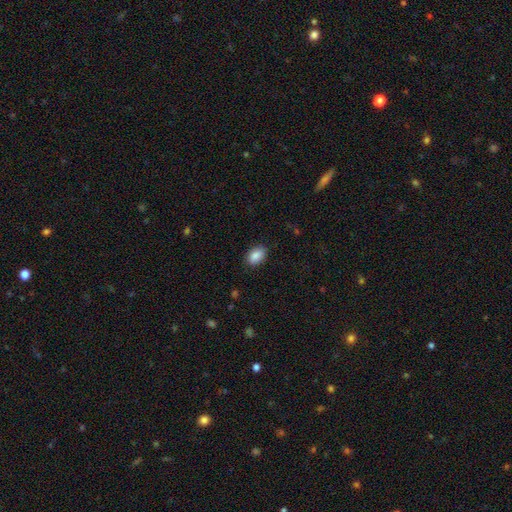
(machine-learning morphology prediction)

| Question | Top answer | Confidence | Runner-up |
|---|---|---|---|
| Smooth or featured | smooth | 88% | star or artifact (7%) |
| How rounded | in between | 86% | round (13%) |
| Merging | none | 86% | minor disturbance (10%) |